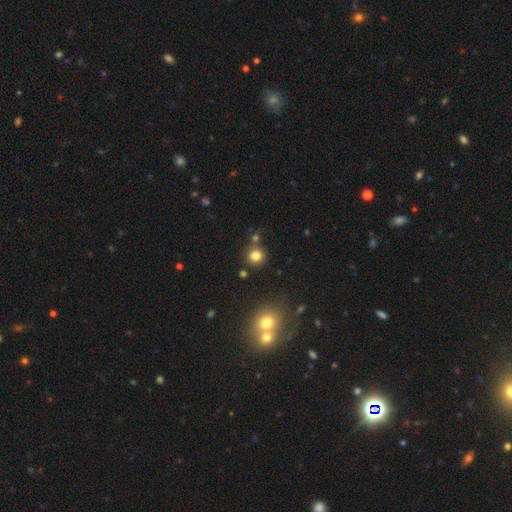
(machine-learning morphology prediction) Smooth or featured? Predicted: smooth (p=0.81). How rounded? Predicted: round (p=0.89). Merging? Predicted: none (p=0.79).